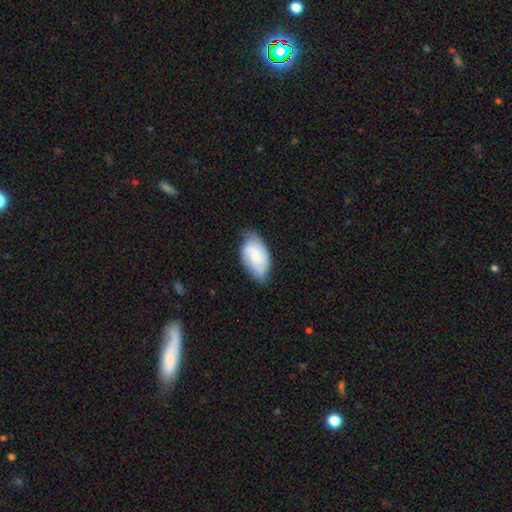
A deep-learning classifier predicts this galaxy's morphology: This appears to be a smooth galaxy with no disk features (62%) that is in between round and cigar-shaped (94%). Merging: none (66%).